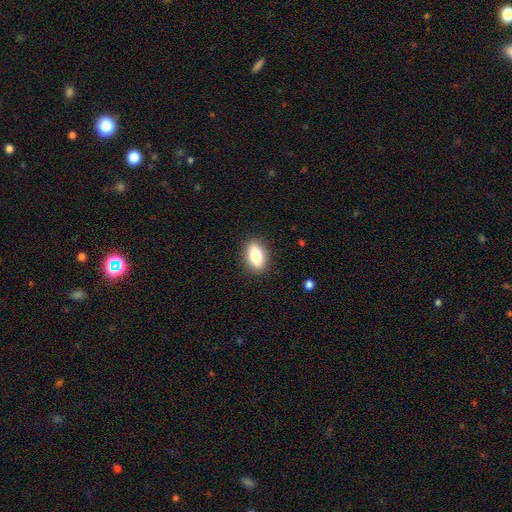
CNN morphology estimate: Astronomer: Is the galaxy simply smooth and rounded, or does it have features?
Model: smooth — 84%.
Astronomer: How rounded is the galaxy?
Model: in between — 89%.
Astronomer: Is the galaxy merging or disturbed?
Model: none — 88%.